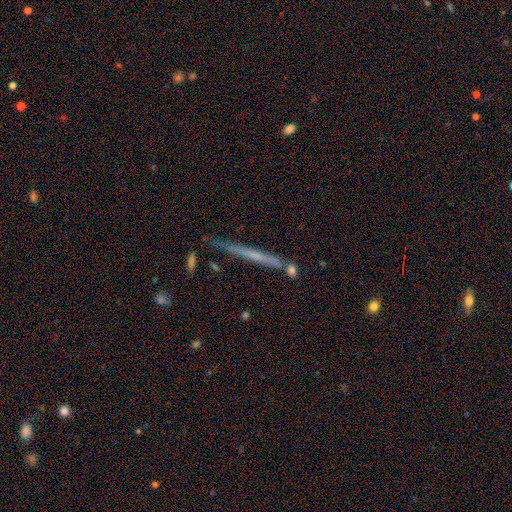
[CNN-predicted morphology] type=featured or disk (55%); edge-on=yes (96%); edge-on bulge=none (74%); merging=none (83%).